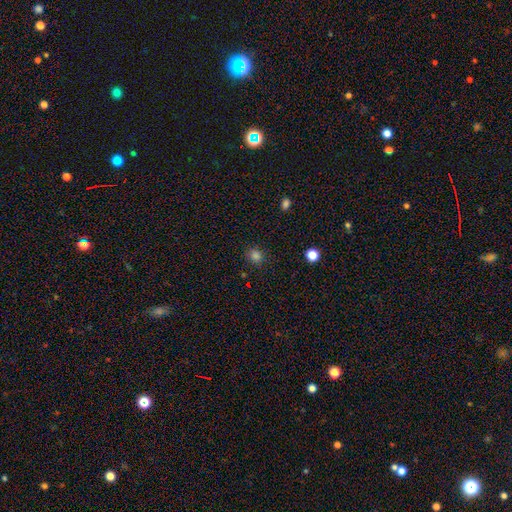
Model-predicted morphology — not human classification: This appears to be a smooth galaxy with no disk features (80%) that is round (78%). Merging: none (86%).